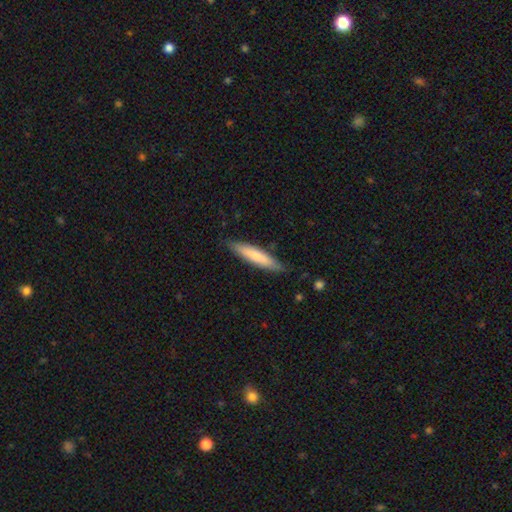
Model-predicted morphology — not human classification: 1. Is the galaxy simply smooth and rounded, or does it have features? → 63% smooth, 30% featured or disk, 7% star or artifact.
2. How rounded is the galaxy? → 92% cigar-shaped, 7% in between, 1% round.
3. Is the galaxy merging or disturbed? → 87% none, 10% minor disturbance, 2% major disturbance, 1% merger.